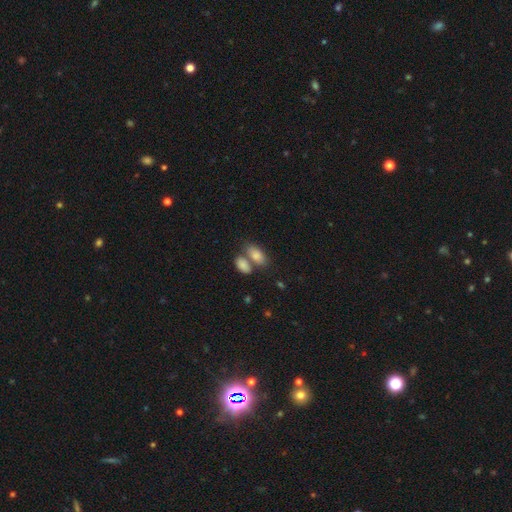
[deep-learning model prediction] This appears to be a smooth galaxy with no disk features (82%) that is in between round and cigar-shaped (90%). Merging: merger (48%).